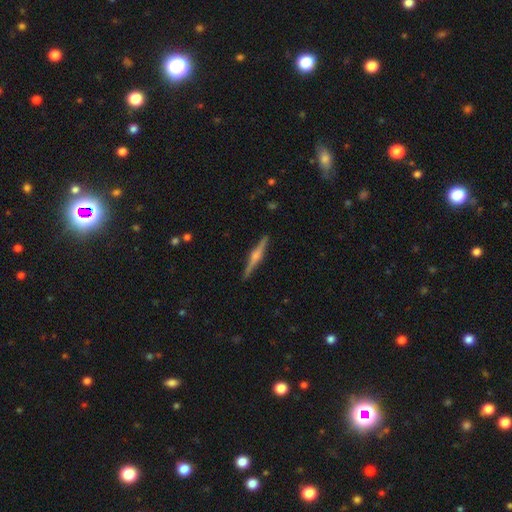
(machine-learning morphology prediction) A featured or disk galaxy (78%) viewed edge-on (98%) with a rounded central bulge (85%). Merging: none (90%).